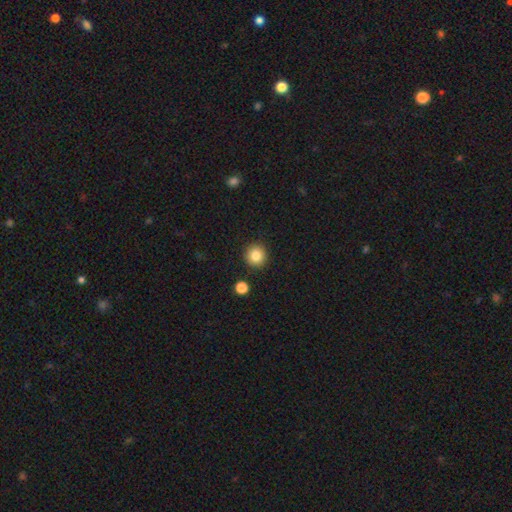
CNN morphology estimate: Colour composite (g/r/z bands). It shows a smooth galaxy with no disk features (85%) that is round (94%). Merging: none (90%).